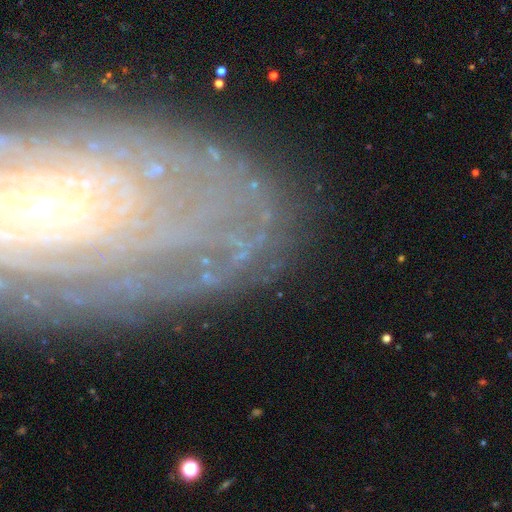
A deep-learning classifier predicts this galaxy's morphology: Smooth or featured?
  - featured or disk: 73% *
  - star or artifact: 15%
  - smooth: 12%
Edge-on disk?
  - no: 91% *
  - yes: 9%
Bar?
  - no: 57% *
  - weak: 26%
  - strong: 17%
Spiral arms?
  - yes: 82% *
  - no: 18%
Spiral winding?
  - tight: 77% *
  - medium: 16%
  - loose: 7%
Spiral arm count?
  - can't tell: 44% *
  - more than 4: 15%
  - 2: 12%
  - 4: 10%
  - 3: 10%
  - 1: 8%
Bulge size?
  - small: 57% *
  - moderate: 30%
  - large: 6%
  - none: 5%
  - dominant: 3%
Merging?
  - none: 73% *
  - minor disturbance: 15%
  - major disturbance: 9%
  - merger: 3%